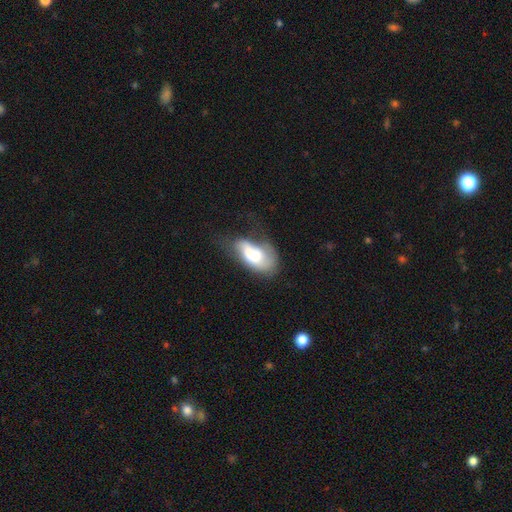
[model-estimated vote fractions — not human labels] Morphology: type=smooth (52%); roundness=in between (88%); merging=merger (33%).